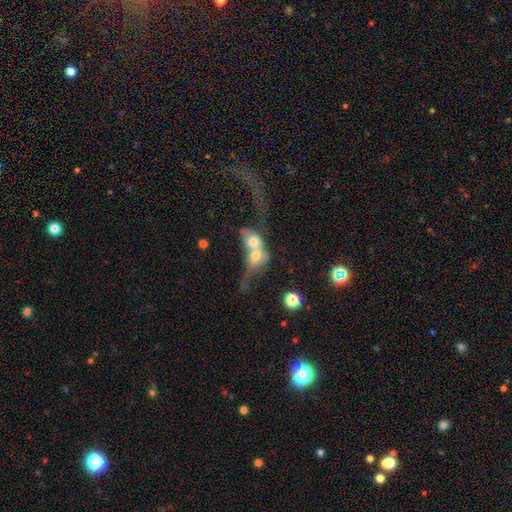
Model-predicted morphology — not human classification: type=smooth (57%); roundness=in between (55%); merging=merger (83%).